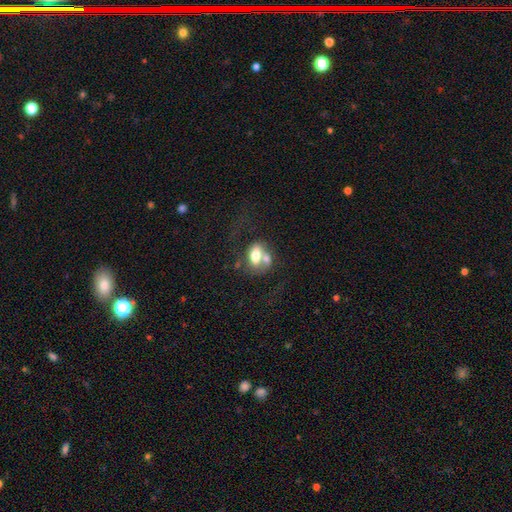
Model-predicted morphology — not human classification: Smooth or featured? Predicted: smooth (p=0.60). How rounded? Predicted: in between (p=0.79). Merging? Predicted: merger (p=0.56).